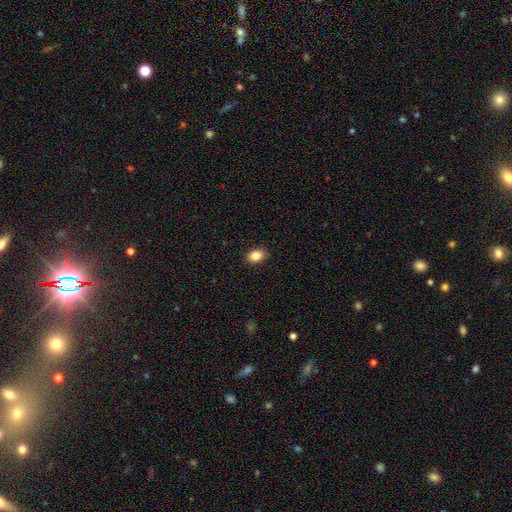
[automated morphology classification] A smooth galaxy with no disk features (85%) that is in between round and cigar-shaped (77%). Merging: none (89%).